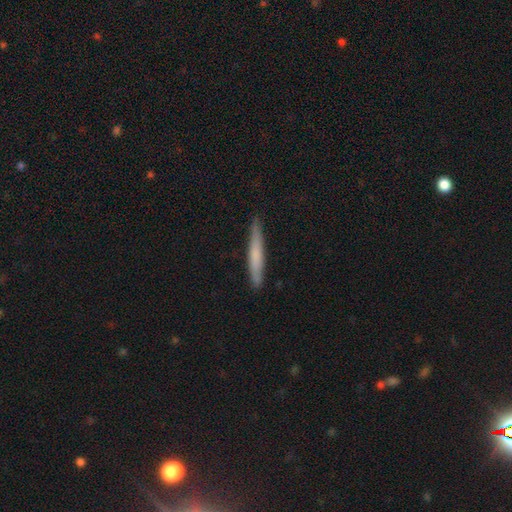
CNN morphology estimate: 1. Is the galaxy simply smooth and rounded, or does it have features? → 63% smooth, 31% featured or disk, 6% star or artifact.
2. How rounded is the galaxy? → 95% cigar-shaped, 3% in between, 1% round.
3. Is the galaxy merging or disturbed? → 87% none, 10% minor disturbance, 2% major disturbance, 1% merger.